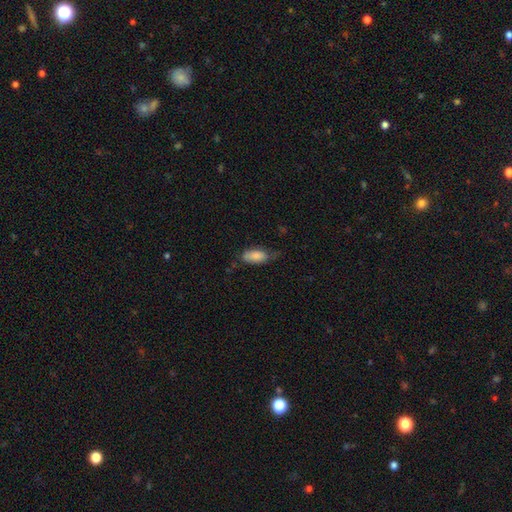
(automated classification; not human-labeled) Smooth or featured? smooth (83%)
How rounded? in between (88%)
Merging? none (51%)